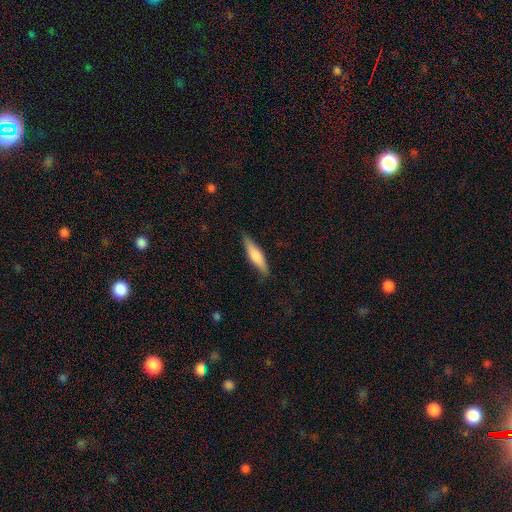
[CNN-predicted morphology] A smooth galaxy with no disk features (63%) that is cigar-shaped (75%). Merging: none (84%).